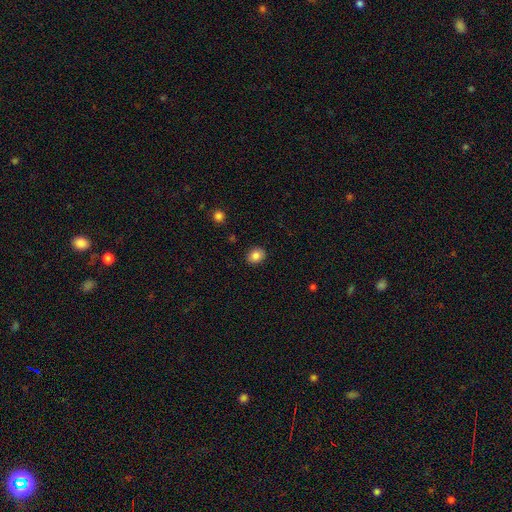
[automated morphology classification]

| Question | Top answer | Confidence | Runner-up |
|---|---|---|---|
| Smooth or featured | smooth | 84% | star or artifact (9%) |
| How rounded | round | 53% | in between (46%) |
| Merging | none | 89% | minor disturbance (8%) |